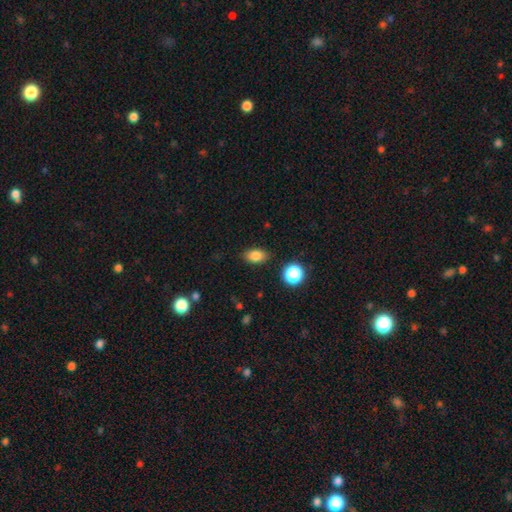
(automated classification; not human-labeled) Smooth or featured? Predicted: smooth (p=0.82). How rounded? Predicted: in between (p=0.83). Merging? Predicted: none (p=0.86).